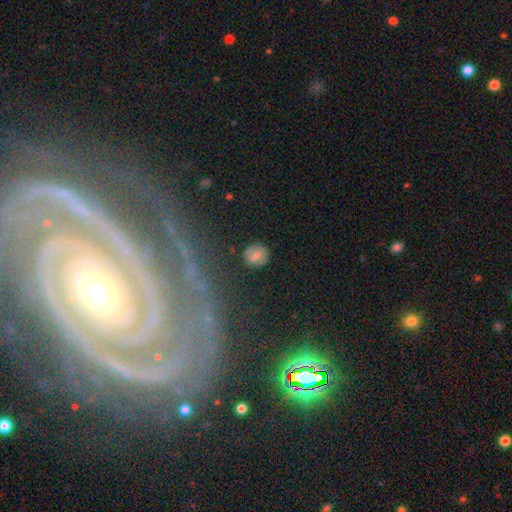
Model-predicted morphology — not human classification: smooth 51%, featured or disk 38%, star or artifact 11%. Down the decision tree: how rounded — round (75%); merging — none (79%).